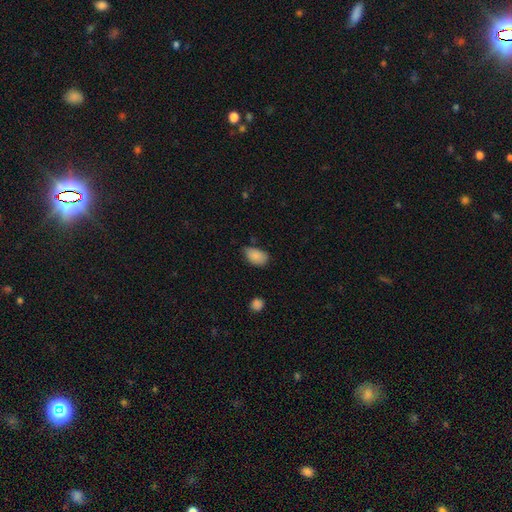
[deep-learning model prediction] Morphology: type=smooth (87%); roundness=in between (89%); merging=none (57%).